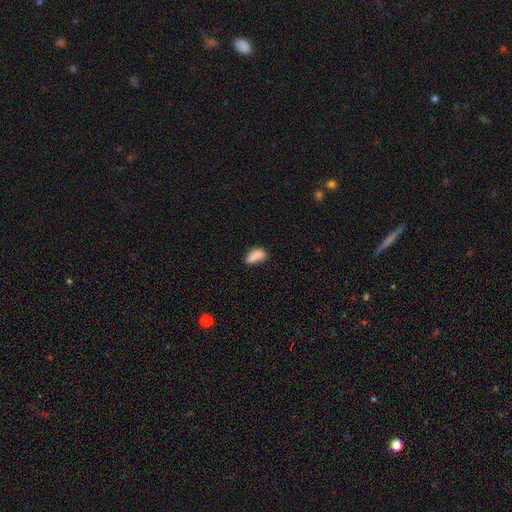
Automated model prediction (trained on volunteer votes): smooth 82%, star or artifact 9%, featured or disk 9%. Down the decision tree: how rounded — in between (87%); merging — none (48%).